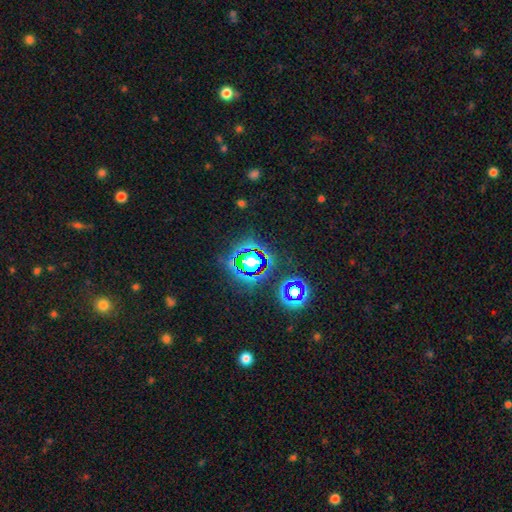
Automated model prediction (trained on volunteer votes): This is likely a star or artifact rather than a galaxy (75%).